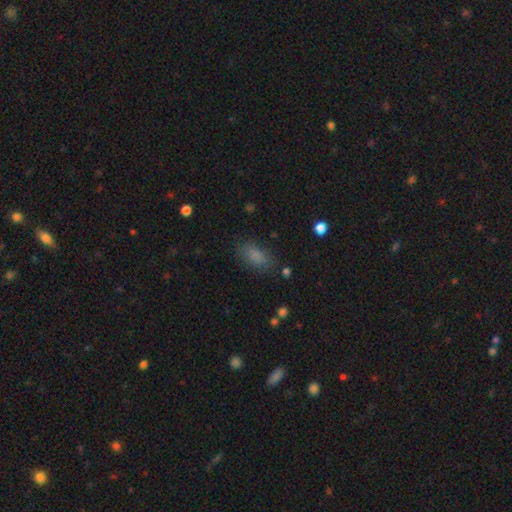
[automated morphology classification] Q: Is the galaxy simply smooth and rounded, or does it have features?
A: smooth — 82%.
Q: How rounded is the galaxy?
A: in between — 87%.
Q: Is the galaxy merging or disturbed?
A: none — 80%.